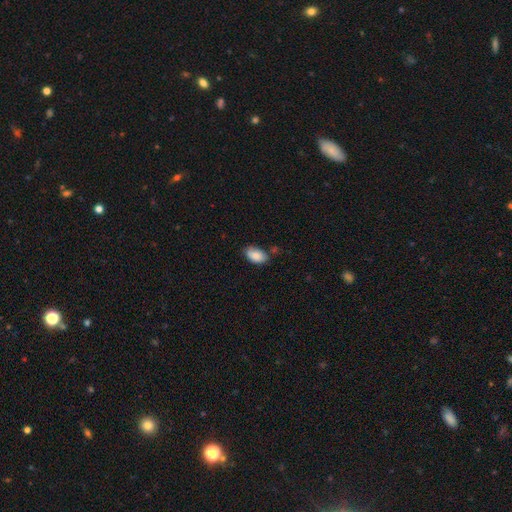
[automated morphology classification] smooth 85%, featured or disk 8%, star or artifact 7%. Down the decision tree: how rounded — in between (92%); merging — none (66%).